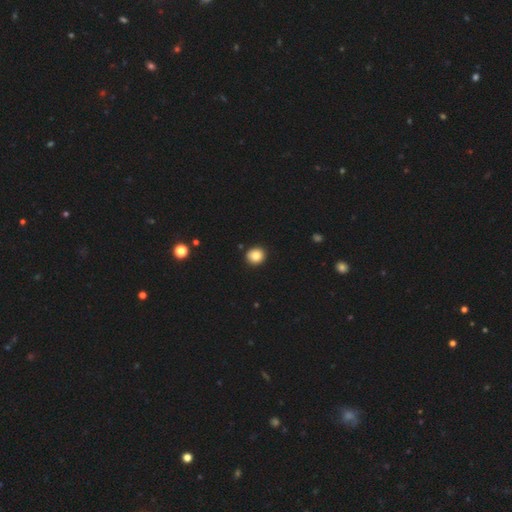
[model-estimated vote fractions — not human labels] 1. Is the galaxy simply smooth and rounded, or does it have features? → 85% smooth, 10% star or artifact, 5% featured or disk.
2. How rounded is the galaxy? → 86% round, 13% in between, 1% cigar-shaped.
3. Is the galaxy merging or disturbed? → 91% none, 6% minor disturbance, 1% major disturbance, 1% merger.